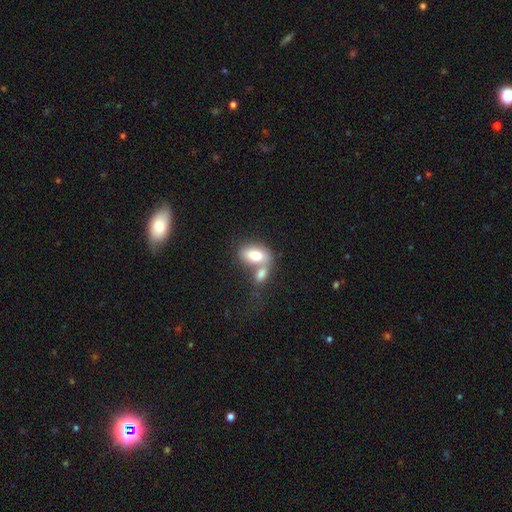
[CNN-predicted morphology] This appears to be a smooth galaxy with no disk features (77%) that is in between round and cigar-shaped (90%). Merging: merger (63%).